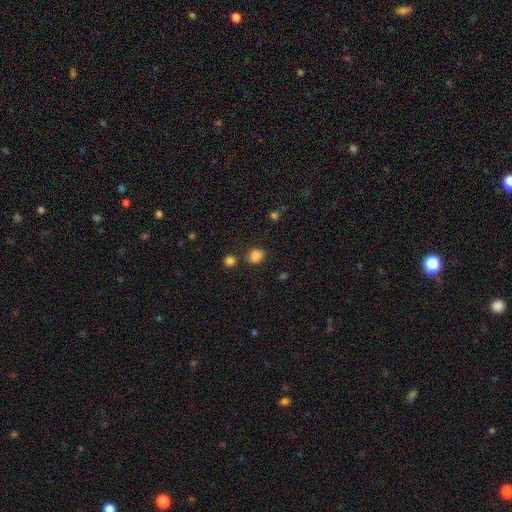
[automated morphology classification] smooth_or_featured: smooth (p=0.83) [alt: star or artifact p=0.13]
how_rounded: round (p=0.53) [alt: in between p=0.46]
merging: none (p=0.74) [alt: minor disturbance p=0.14]